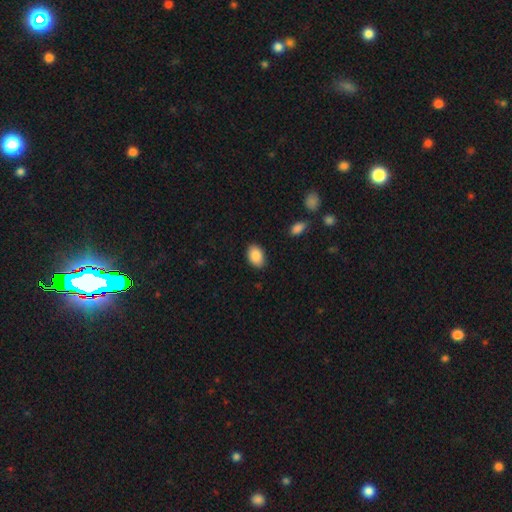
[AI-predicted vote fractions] Morphology: type=smooth (89%); roundness=in between (87%); merging=none (87%).